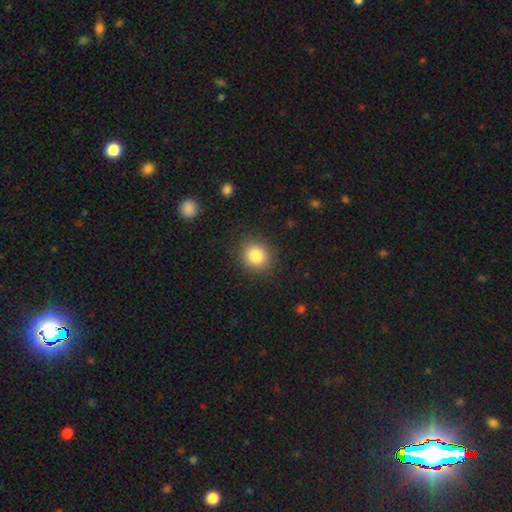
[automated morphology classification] Smooth or featured? Predicted: smooth (p=0.84). How rounded? Predicted: round (p=0.77). Merging? Predicted: none (p=0.89).